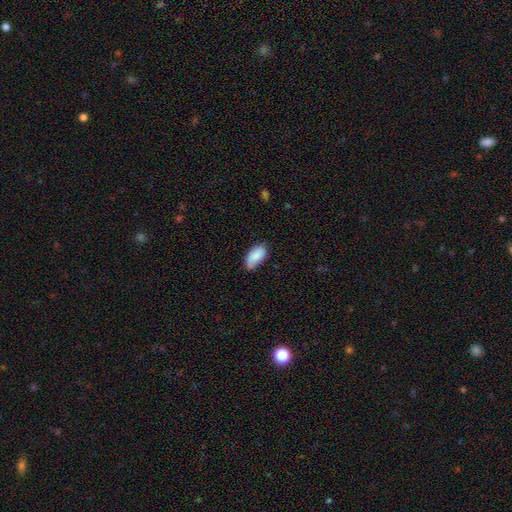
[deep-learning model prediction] This is clearly a smooth galaxy (86%). How rounded: clearly in between (94%). Merging: likely none (67%).